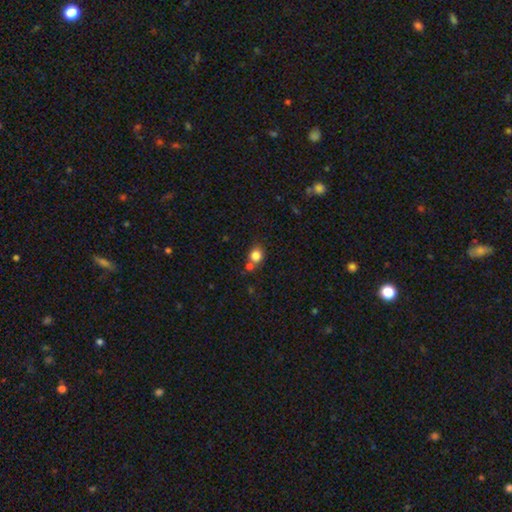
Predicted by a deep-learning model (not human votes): A smooth galaxy with no disk features (82%) that is round (76%). Merging: none (58%).